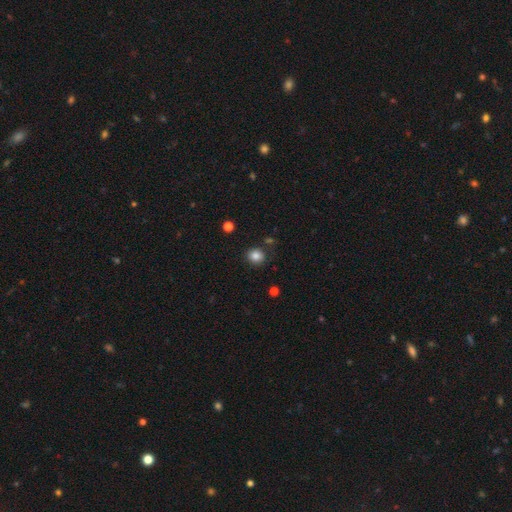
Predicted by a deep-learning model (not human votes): smooth_or_featured: smooth (p=0.84) [alt: star or artifact p=0.11]
how_rounded: round (p=0.79) [alt: in between p=0.20]
merging: none (p=0.83) [alt: minor disturbance p=0.10]